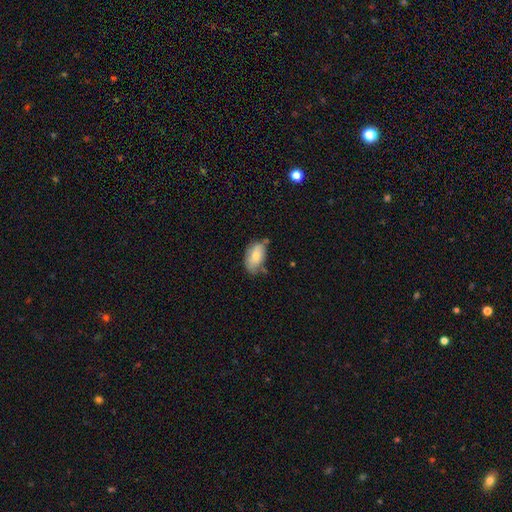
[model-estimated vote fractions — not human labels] smooth 76%, featured or disk 17%, star or artifact 7%. Down the decision tree: how rounded — in between (93%); merging — none (51%).